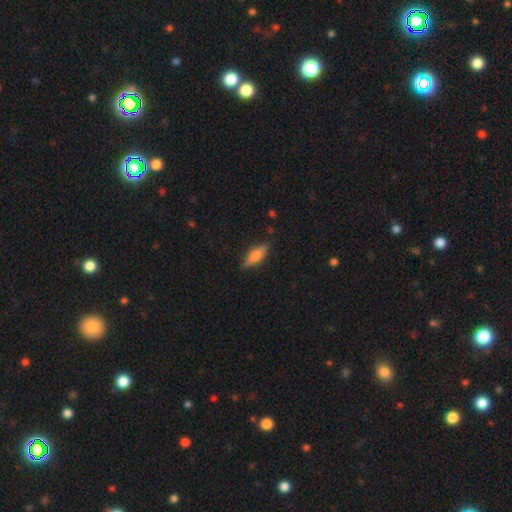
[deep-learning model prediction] smooth_or_featured: smooth (p=0.61) [alt: featured or disk p=0.32]
how_rounded: in between (p=0.60) [alt: cigar-shaped p=0.37]
merging: none (p=0.83) [alt: minor disturbance p=0.14]